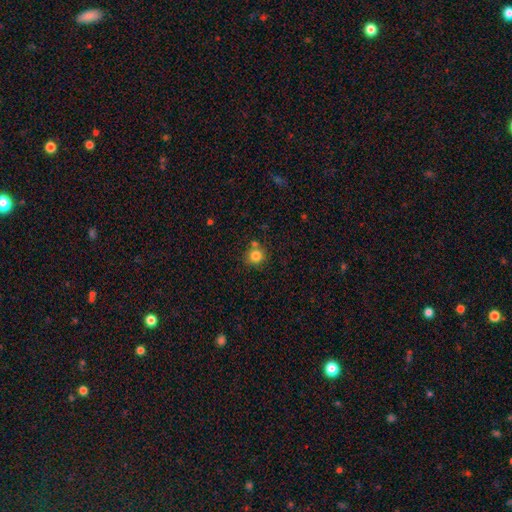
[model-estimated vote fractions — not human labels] smooth 82%, star or artifact 11%, featured or disk 6%. Down the decision tree: how rounded — round (92%); merging — none (73%).